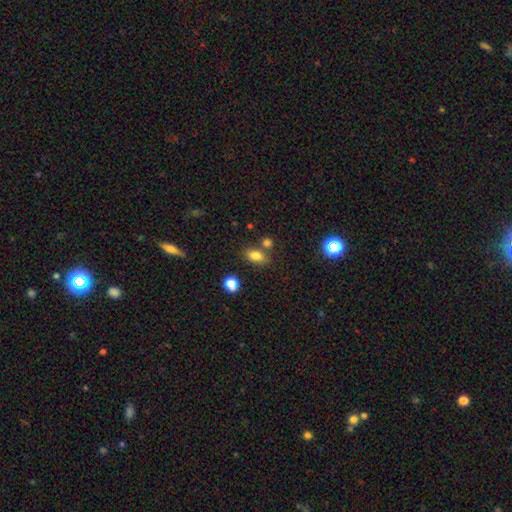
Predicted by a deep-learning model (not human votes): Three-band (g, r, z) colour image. It shows a smooth galaxy with no disk features (79%) that is in between round and cigar-shaped (81%). Merging: none (70%).